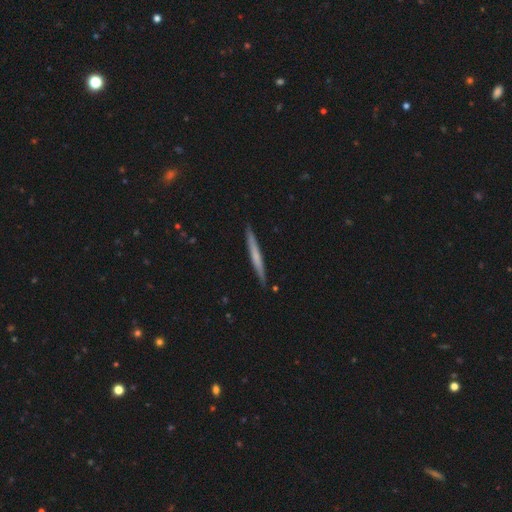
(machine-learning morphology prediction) Smooth or featured: smooth — 49% (featured or disk — 45%)
Merging: none — 90% (minor disturbance — 8%)